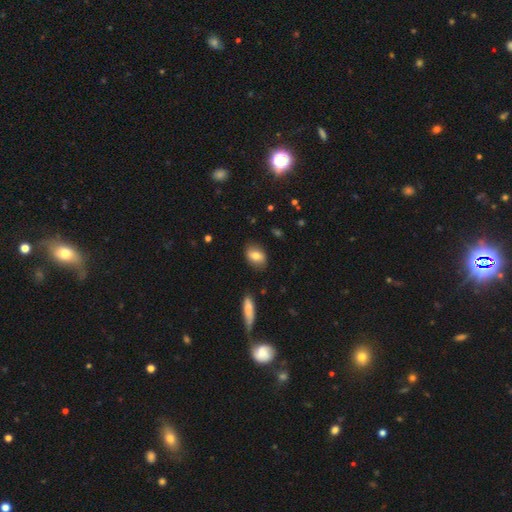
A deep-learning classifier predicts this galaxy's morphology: Smooth or featured? smooth (74%)
How rounded? in between (80%)
Merging? none (83%)